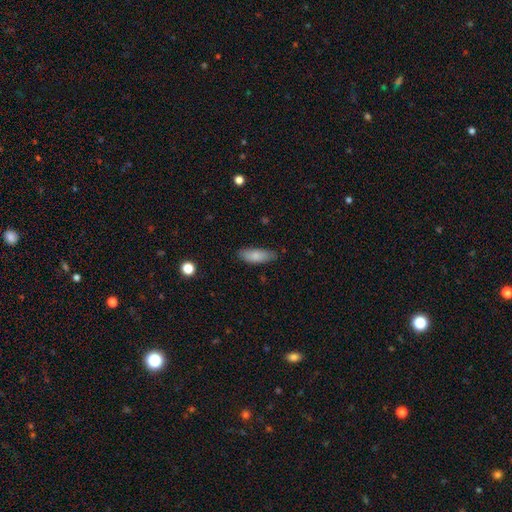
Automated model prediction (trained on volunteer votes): A smooth galaxy with no disk features (84%) that is in between round and cigar-shaped (68%). Merging: none (80%).